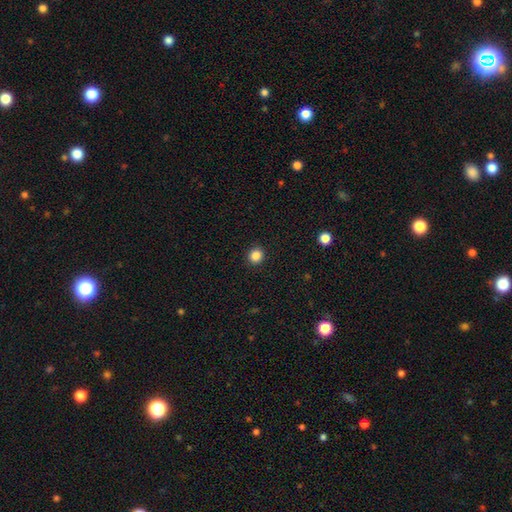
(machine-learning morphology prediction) This appears to be a smooth galaxy with no disk features (86%) that is round (89%). Merging: none (92%).